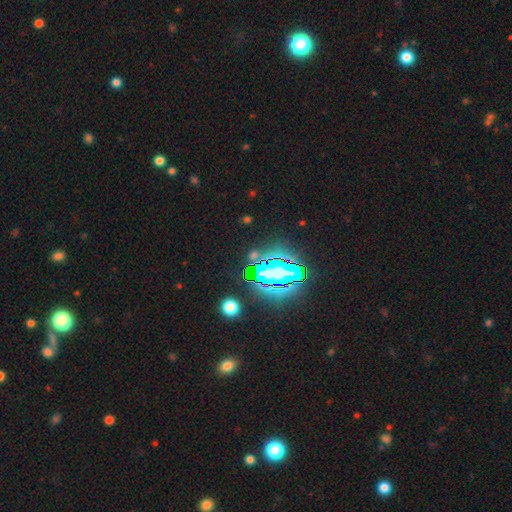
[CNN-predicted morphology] Overall: star or artifact (69%).